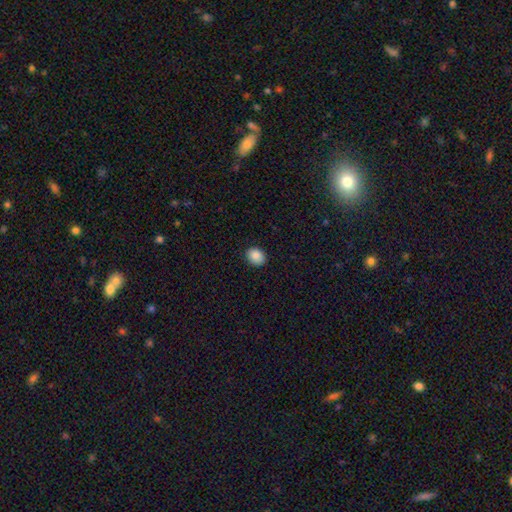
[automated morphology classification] A smooth galaxy with no disk features (88%) that is in between round and cigar-shaped (53%).

Vote fractions:
- Smooth or featured? smooth: 88% / star or artifact: 8% / featured or disk: 3%
- How rounded? in between: 53% / round: 46% / cigar-shaped: 1%
- Merging? none: 89% / minor disturbance: 8% / major disturbance: 2% / merger: 1%